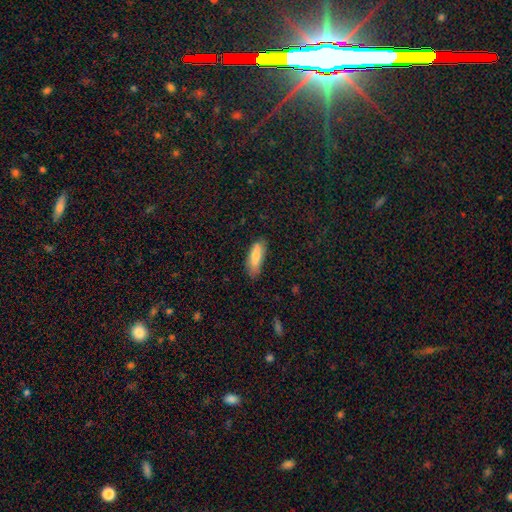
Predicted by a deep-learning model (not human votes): Smooth or featured: smooth — 83% (featured or disk — 10%)
How rounded: in between — 50% (cigar-shaped — 49%)
Merging: none — 74% (minor disturbance — 20%)